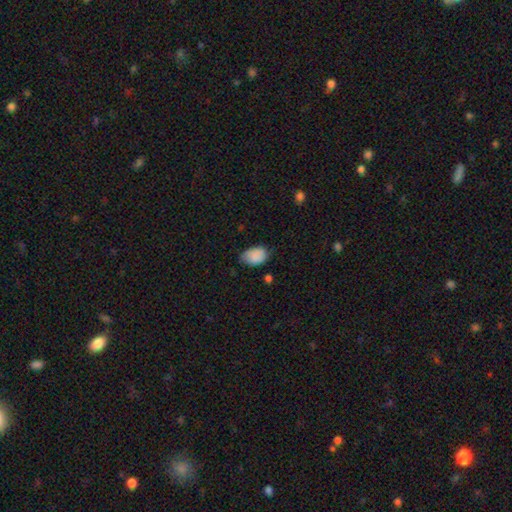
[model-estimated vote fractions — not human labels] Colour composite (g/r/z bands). It shows a smooth galaxy with no disk features (87%) that is in between round and cigar-shaped (86%). Merging: none (60%).